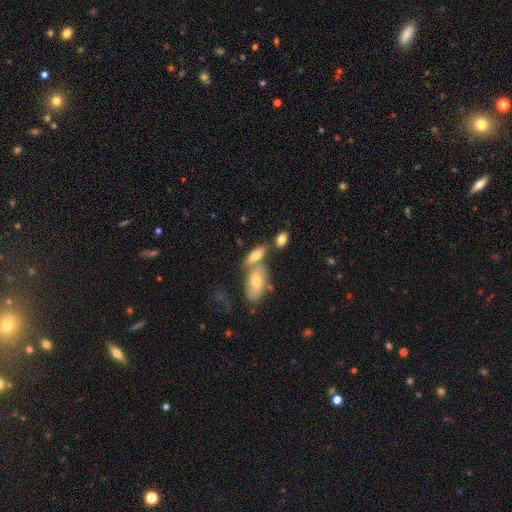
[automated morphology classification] The model was most divided on "merging": none: 49%, merger: 35%, minor disturbance: 11%, major disturbance: 4%. More confident: how rounded — in between (75%); smooth or featured — smooth (66%).